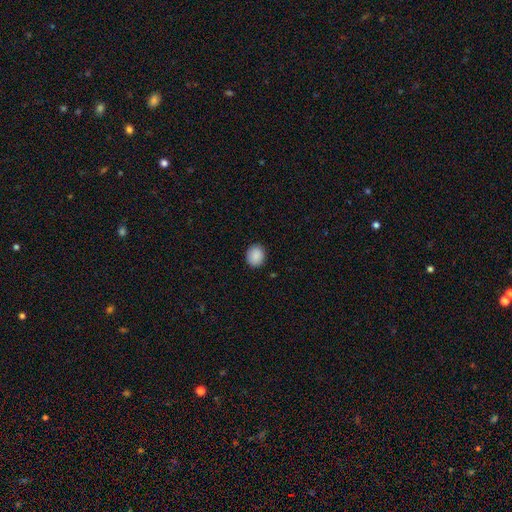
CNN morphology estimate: This is clearly a smooth galaxy (89%). How rounded: likely round (65%). Merging: clearly none (89%).